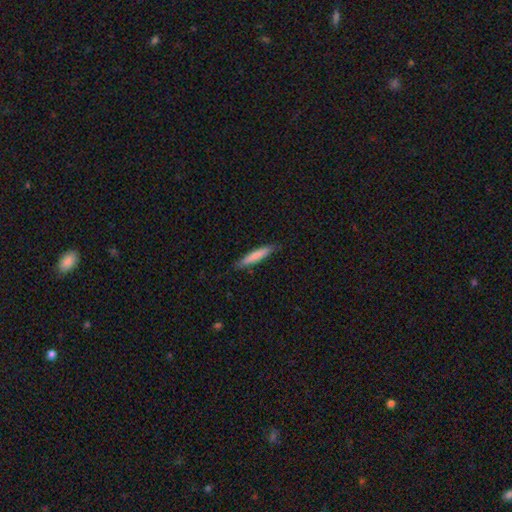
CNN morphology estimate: Smooth or featured: smooth — 77% (featured or disk — 17%)
How rounded: cigar-shaped — 90% (in between — 8%)
Merging: none — 85% (minor disturbance — 12%)